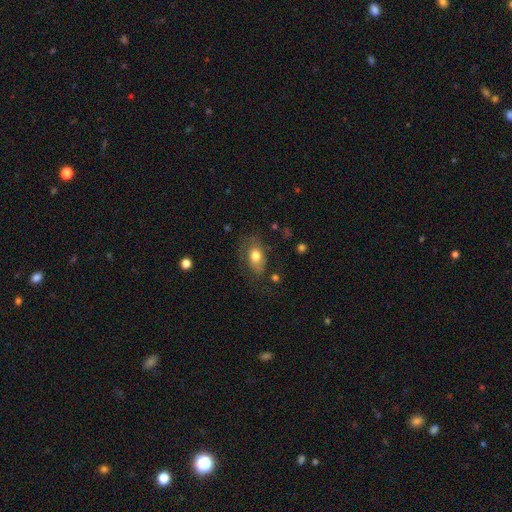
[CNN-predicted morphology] This is likely a smooth galaxy (70%). How rounded: likely in between (79%). Merging: possibly none (56%).